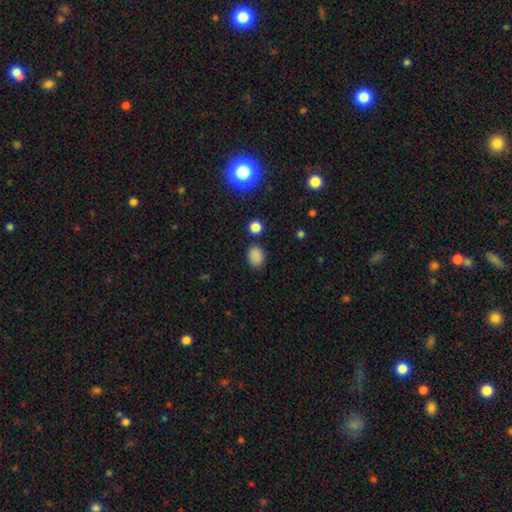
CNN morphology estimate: Smooth or featured? smooth (83%)
How rounded? in between (65%)
Merging? none (80%)